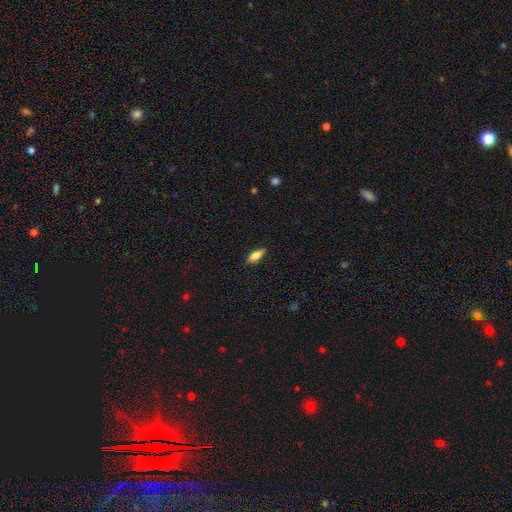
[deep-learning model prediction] This is clearly a smooth galaxy (80%). How rounded: likely in between (76%). Merging: clearly none (87%).